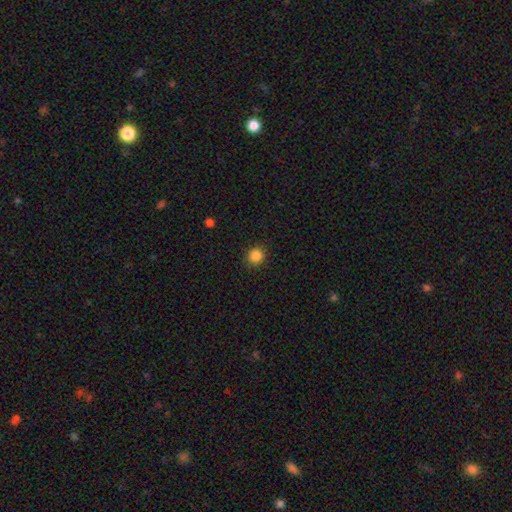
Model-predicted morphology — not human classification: Smooth or featured? smooth (86%)
How rounded? round (89%)
Merging? none (90%)